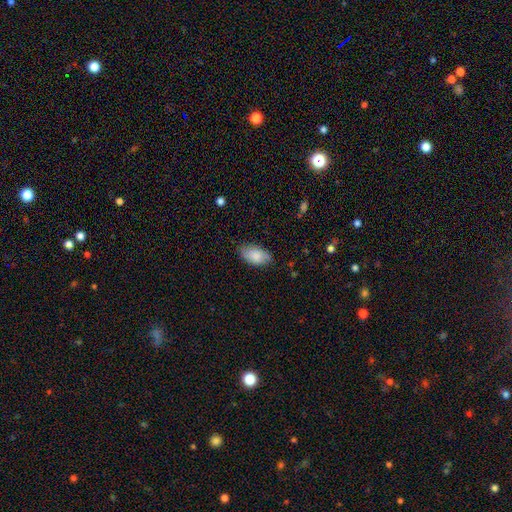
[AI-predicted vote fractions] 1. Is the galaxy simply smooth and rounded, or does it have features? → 78% smooth, 15% featured or disk, 7% star or artifact.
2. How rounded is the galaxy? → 94% in between, 4% round, 2% cigar-shaped.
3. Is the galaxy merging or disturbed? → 73% none, 21% minor disturbance, 4% major disturbance, 1% merger.